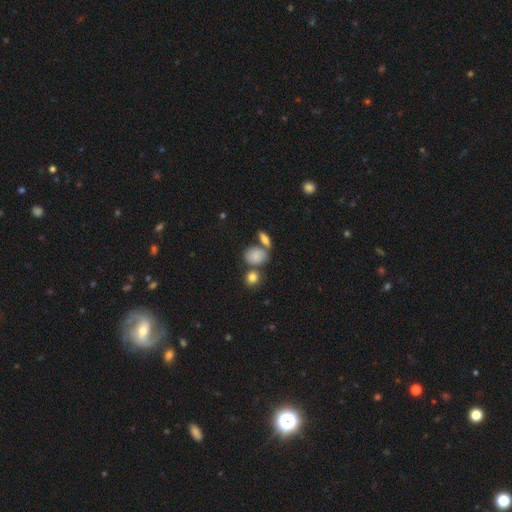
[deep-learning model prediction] smooth 79%, featured or disk 10%, star or artifact 10%. Down the decision tree: how rounded — in between (56%); merging — none (48%).